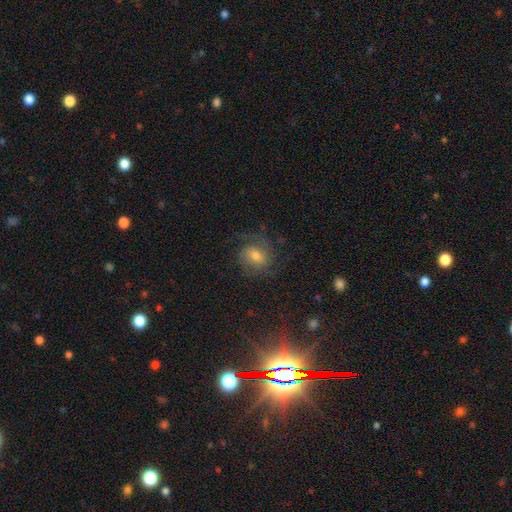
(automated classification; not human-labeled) A featured or disk galaxy (53%) with no bar (49%), spiral arms (87%) and a moderate central bulge (57%).

Vote fractions:
- Smooth or featured? featured or disk: 53% / smooth: 31% / star or artifact: 16%
- Edge-on disk? no: 96% / yes: 4%
- Bar? no: 49% / weak: 40% / strong: 11%
- Spiral arms? yes: 87% / no: 13%
- Bulge size? moderate: 57% / small: 30% / large: 8% / none: 3% / dominant: 2%
- Merging? none: 65% / minor disturbance: 17% / major disturbance: 16% / merger: 2%